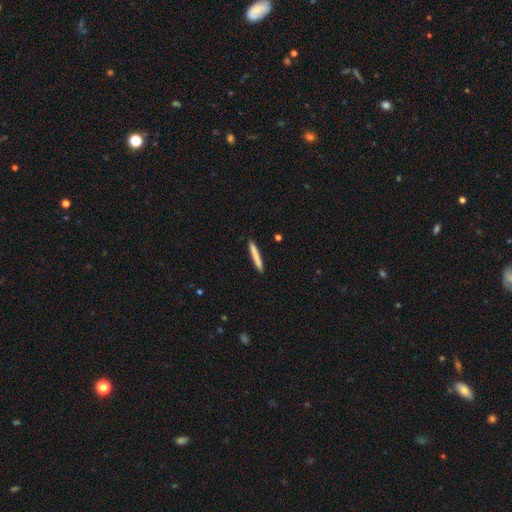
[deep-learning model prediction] Overall: smooth (79%). How rounded: cigar-shaped (96%). Merging: none (91%).